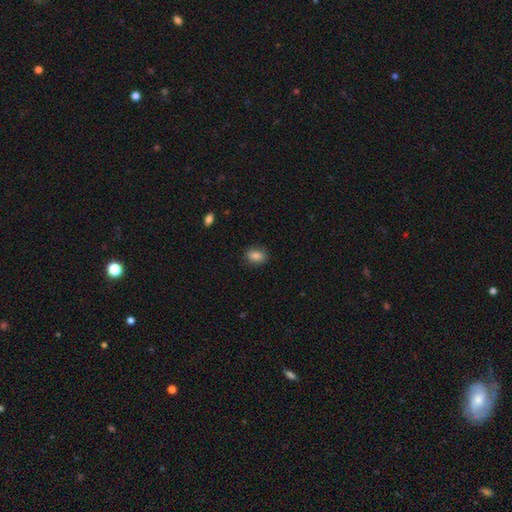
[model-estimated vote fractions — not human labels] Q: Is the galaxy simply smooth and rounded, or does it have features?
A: smooth — 83%.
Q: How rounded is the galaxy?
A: in between — 75%.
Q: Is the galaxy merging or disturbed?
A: none — 85%.